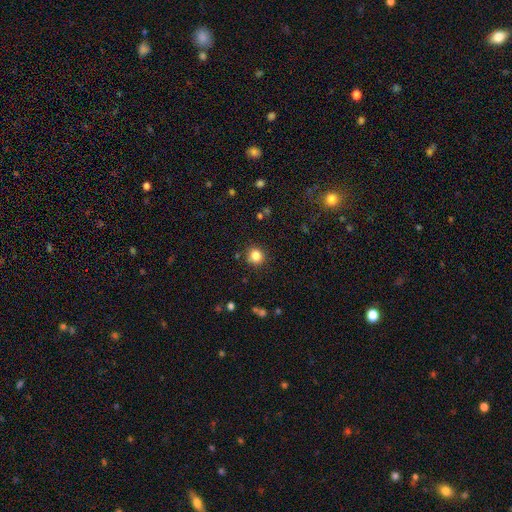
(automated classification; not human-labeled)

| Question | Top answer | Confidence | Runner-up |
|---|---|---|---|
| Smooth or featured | smooth | 84% | star or artifact (12%) |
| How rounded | round | 89% | in between (10%) |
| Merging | none | 86% | minor disturbance (9%) |